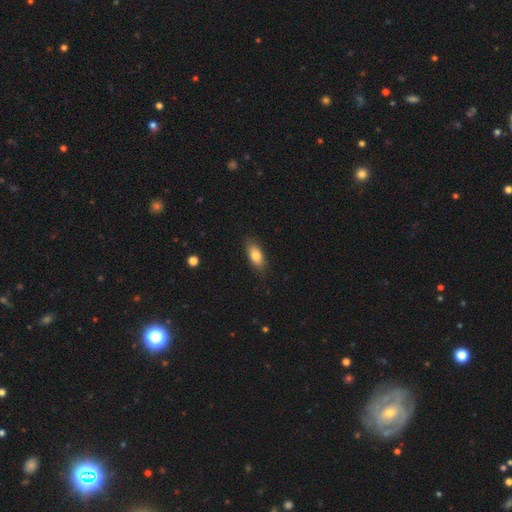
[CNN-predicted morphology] Smooth or featured?
  - smooth: 82% *
  - featured or disk: 12%
  - star or artifact: 7%
How rounded?
  - in between: 85% *
  - cigar-shaped: 11%
  - round: 4%
Merging?
  - none: 83% *
  - minor disturbance: 13%
  - major disturbance: 3%
  - merger: 1%